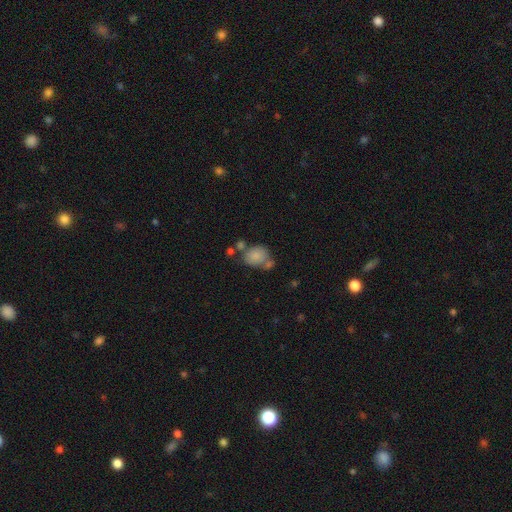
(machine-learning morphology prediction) A smooth galaxy with no disk features (80%) that is round (52%).

Vote fractions:
- Smooth or featured? smooth: 80% / featured or disk: 11% / star or artifact: 9%
- How rounded? round: 52% / in between: 47% / cigar-shaped: 1%
- Merging? none: 44% / merger: 29% / minor disturbance: 19% / major disturbance: 9%